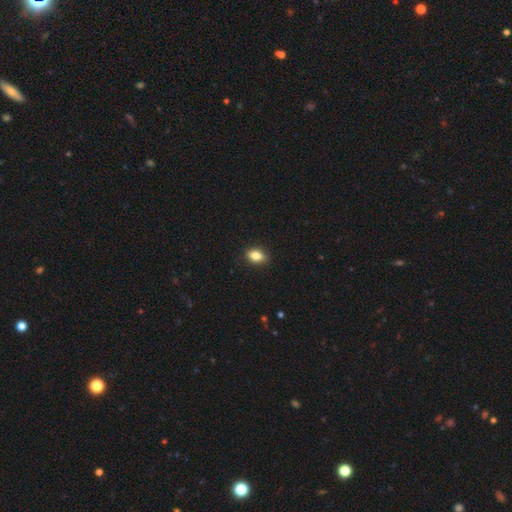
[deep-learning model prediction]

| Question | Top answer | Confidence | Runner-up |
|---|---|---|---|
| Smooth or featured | smooth | 82% | featured or disk (10%) |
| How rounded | in between | 82% | round (15%) |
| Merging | none | 87% | minor disturbance (10%) |